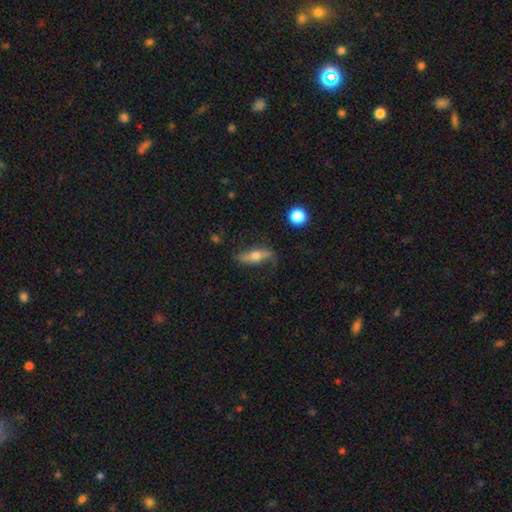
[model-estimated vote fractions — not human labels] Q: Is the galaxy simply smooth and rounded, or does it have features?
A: featured or disk — 55%.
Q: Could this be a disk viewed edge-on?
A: yes — 60%.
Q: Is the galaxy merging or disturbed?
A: none — 70%.